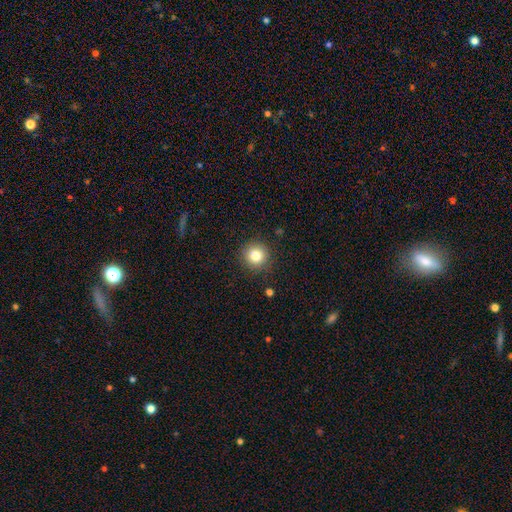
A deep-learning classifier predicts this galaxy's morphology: A smooth galaxy with no disk features (82%) that is round (94%). Merging: none (90%).